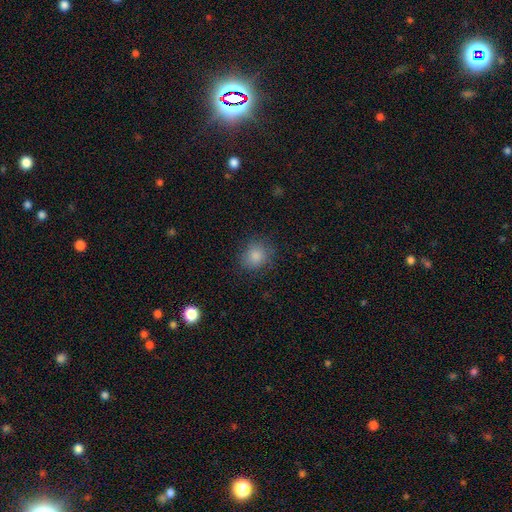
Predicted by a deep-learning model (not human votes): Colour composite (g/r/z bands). It shows a smooth galaxy with no disk features (84%) that is round (74%). Merging: none (82%).